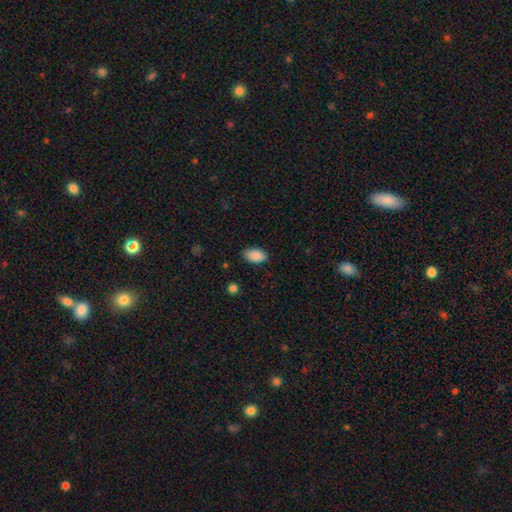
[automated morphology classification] A smooth galaxy with no disk features (89%) that is in between round and cigar-shaped (91%). Merging: none (83%).